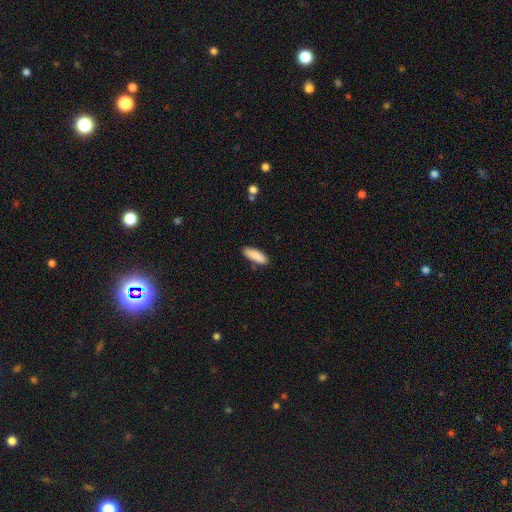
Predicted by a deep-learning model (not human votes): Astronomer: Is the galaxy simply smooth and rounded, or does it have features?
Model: smooth — 88%.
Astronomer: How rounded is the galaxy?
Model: in between — 58% (runner-up: cigar-shaped, 41%).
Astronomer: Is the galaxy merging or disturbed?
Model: none — 86%.